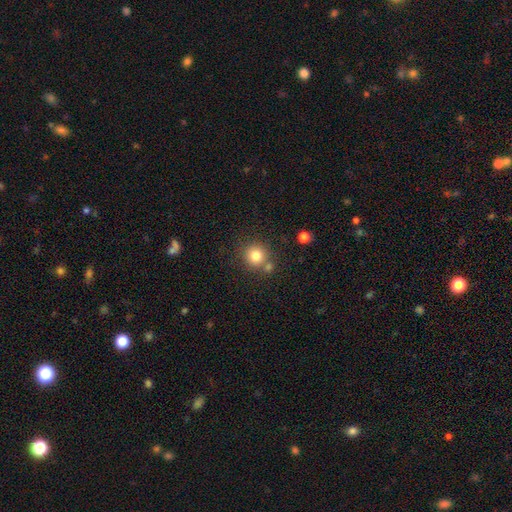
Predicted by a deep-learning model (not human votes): smooth-or-featured: smooth: 81% | star or artifact: 11% | featured or disk: 8%
  how-rounded: round: 92% | in between: 7% | cigar-shaped: 1%
  merging: none: 71% | merger: 17% | minor disturbance: 9% | major disturbance: 3%